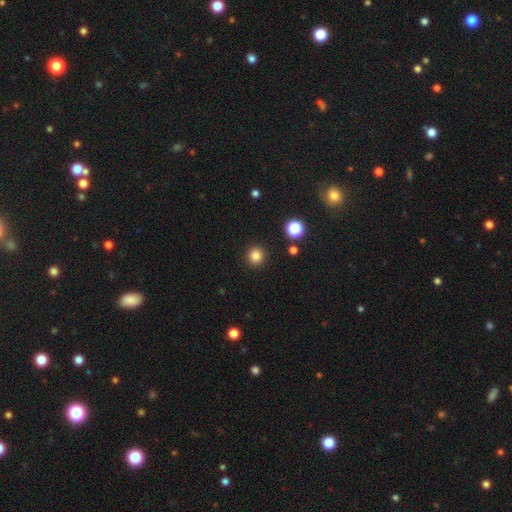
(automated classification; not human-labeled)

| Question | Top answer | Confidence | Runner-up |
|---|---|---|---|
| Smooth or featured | smooth | 83% | star or artifact (13%) |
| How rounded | round | 94% | in between (5%) |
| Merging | none | 92% | minor disturbance (5%) |